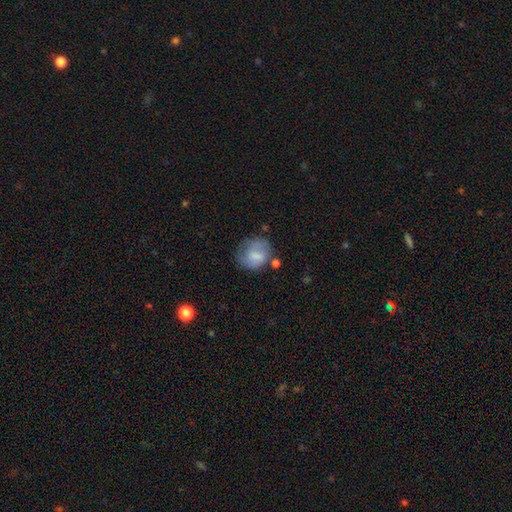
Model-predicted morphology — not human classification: A smooth galaxy with no disk features (63%) that is round (66%).

Vote fractions:
- Smooth or featured? smooth: 63% / featured or disk: 29% / star or artifact: 8%
- How rounded? round: 66% / in between: 33% / cigar-shaped: 1%
- Merging? none: 53% / minor disturbance: 26% / major disturbance: 14% / merger: 8%